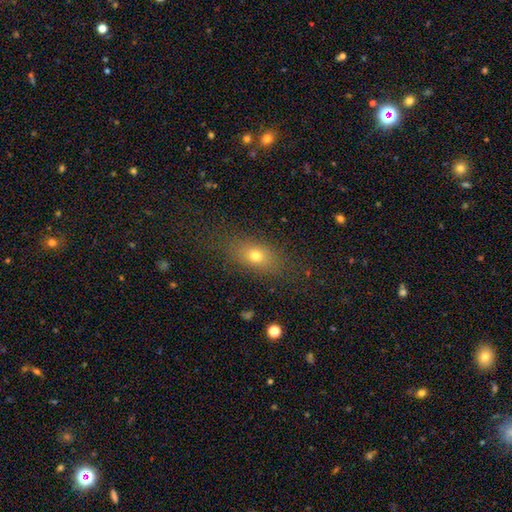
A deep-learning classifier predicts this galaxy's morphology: This is likely a smooth galaxy (70%). How rounded: likely in between (70%). Merging: likely none (78%).